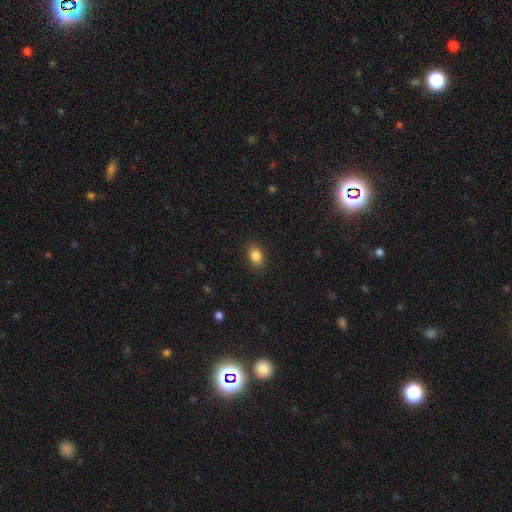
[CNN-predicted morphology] Smooth or featured: smooth — 86% (star or artifact — 9%)
How rounded: in between — 80% (round — 19%)
Merging: none — 89% (minor disturbance — 8%)